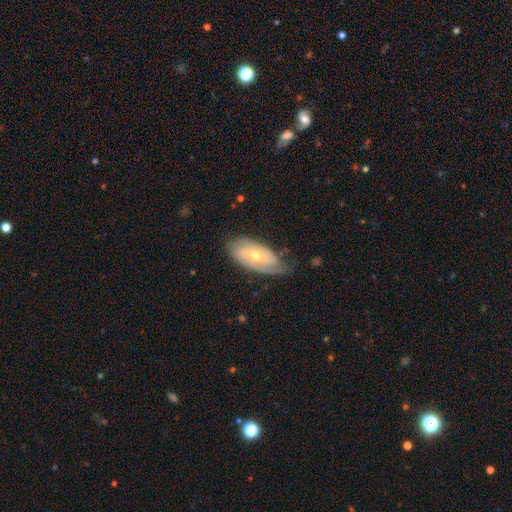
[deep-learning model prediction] Smooth or featured: featured or disk — 66% (smooth — 28%)
Edge-on disk: no — 91% (yes — 9%)
Bar: no — 75% (weak — 21%)
Spiral arms: yes — 84% (no — 16%)
Spiral winding: tight — 57% (medium — 30%)
Spiral arm count: 2 — 38% (can't tell — 34%)
Bulge size: small — 61% (moderate — 36%)
Merging: none — 61% (minor disturbance — 28%)